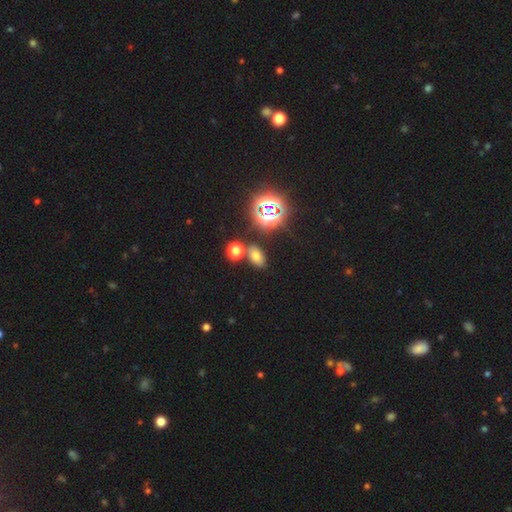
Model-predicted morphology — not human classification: The model was most divided on "smooth or featured": smooth: 58%, star or artifact: 32%, featured or disk: 11%. More confident: how rounded — in between (83%); merging — none (77%).